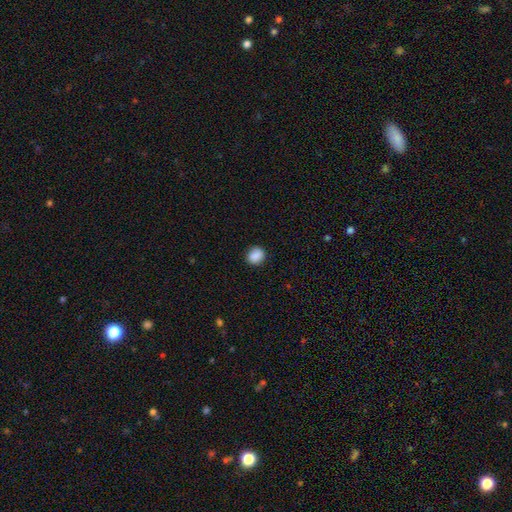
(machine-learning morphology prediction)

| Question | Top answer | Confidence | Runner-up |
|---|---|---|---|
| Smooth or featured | smooth | 87% | star or artifact (9%) |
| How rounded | round | 68% | in between (30%) |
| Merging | none | 84% | minor disturbance (12%) |